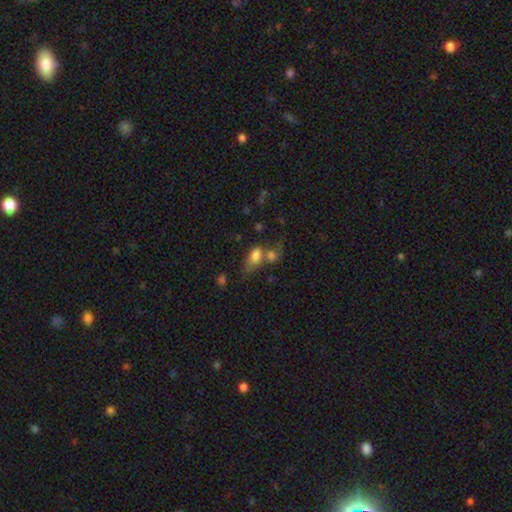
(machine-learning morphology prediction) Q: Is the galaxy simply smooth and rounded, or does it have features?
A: smooth — 76%.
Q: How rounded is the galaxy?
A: in between — 81%.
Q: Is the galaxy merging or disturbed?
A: merger — 58%.